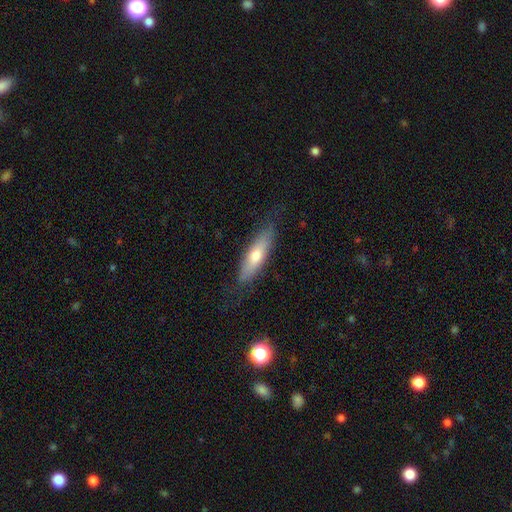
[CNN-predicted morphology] smooth 58%, featured or disk 35%, star or artifact 7%. Down the decision tree: how rounded — cigar-shaped (65%); merging — none (79%).